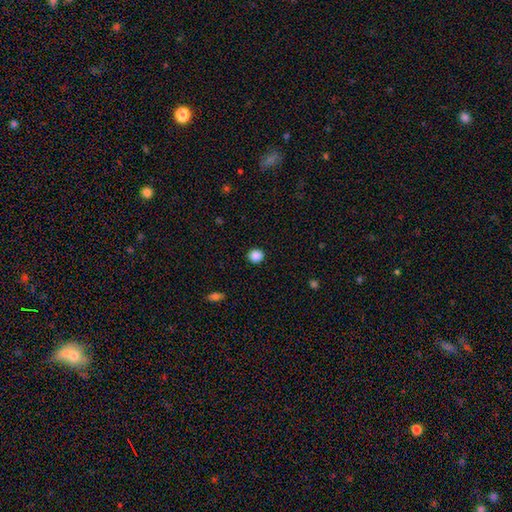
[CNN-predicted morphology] smooth 88%, star or artifact 9%, featured or disk 3%. Down the decision tree: how rounded — round (87%); merging — none (90%).